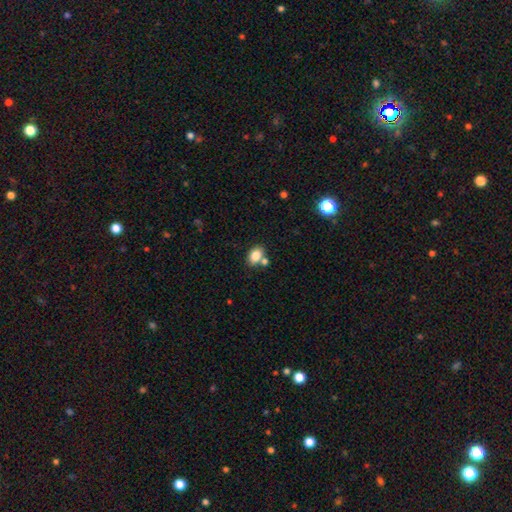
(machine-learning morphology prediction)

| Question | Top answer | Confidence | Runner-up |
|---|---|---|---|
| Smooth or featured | smooth | 84% | star or artifact (9%) |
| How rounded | in between | 79% | round (20%) |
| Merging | none | 62% | merger (23%) |